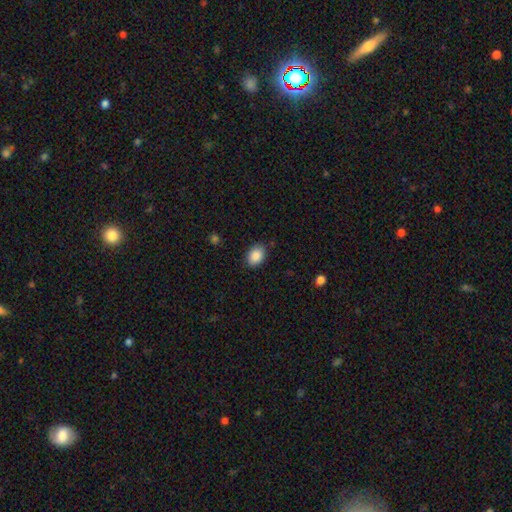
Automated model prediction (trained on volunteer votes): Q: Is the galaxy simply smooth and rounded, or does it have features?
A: smooth — 88%.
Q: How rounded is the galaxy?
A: in between — 74%.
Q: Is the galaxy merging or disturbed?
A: none — 84%.